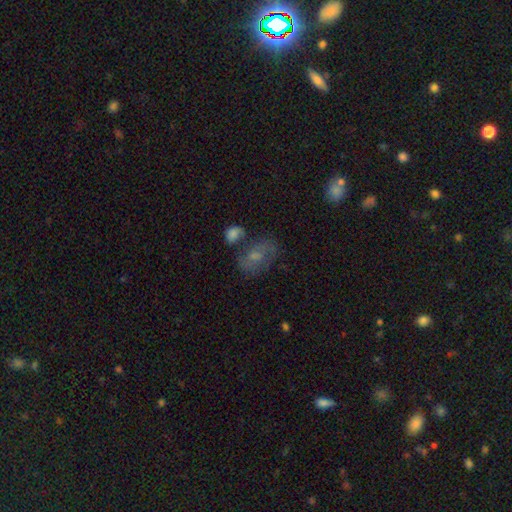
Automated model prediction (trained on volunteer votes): smooth 47%, featured or disk 41%, star or artifact 12%. Down the decision tree: merging — none (54%).